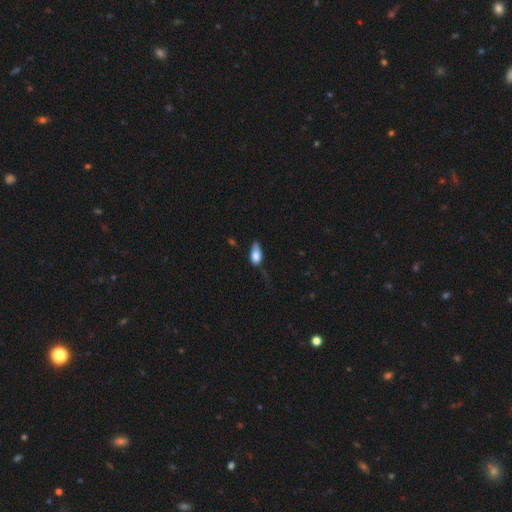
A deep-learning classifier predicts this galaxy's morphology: A smooth galaxy with no disk features (77%) that is in between round and cigar-shaped (87%). Merging: minor disturbance (41%).